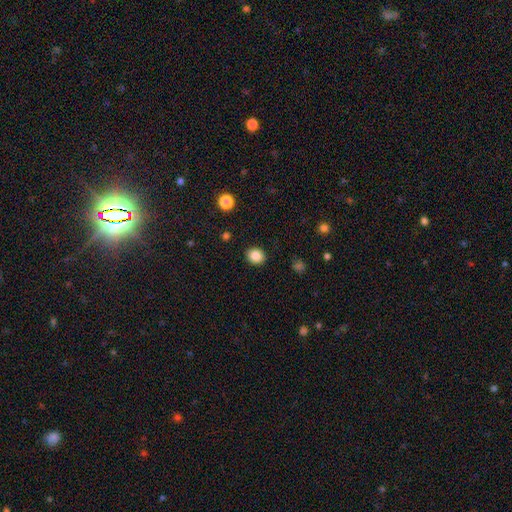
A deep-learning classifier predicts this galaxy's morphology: Q: Smooth or featured?
A: smooth (86%); runner-up: star or artifact (10%)
Q: How rounded?
A: round (73%); runner-up: in between (27%)
Q: Merging?
A: none (90%); runner-up: minor disturbance (6%)